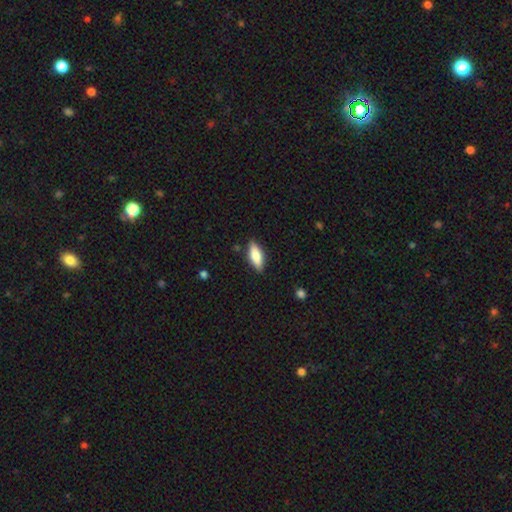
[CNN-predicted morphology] Smooth or featured: smooth — 73% (featured or disk — 21%)
How rounded: in between — 70% (cigar-shaped — 27%)
Merging: none — 85% (minor disturbance — 11%)